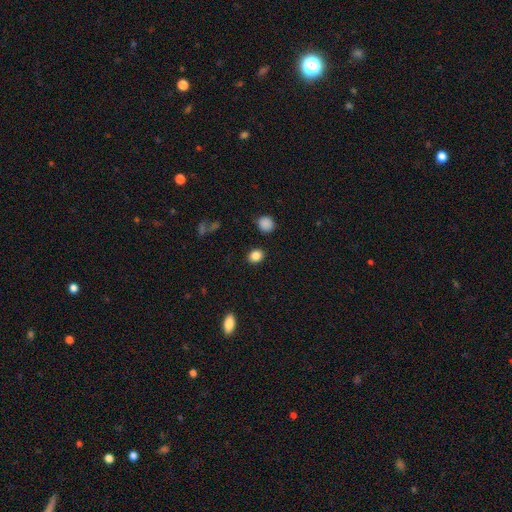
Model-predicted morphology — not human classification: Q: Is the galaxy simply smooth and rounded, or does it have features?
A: smooth — 86%.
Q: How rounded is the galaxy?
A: round — 52%.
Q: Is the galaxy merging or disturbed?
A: none — 89%.